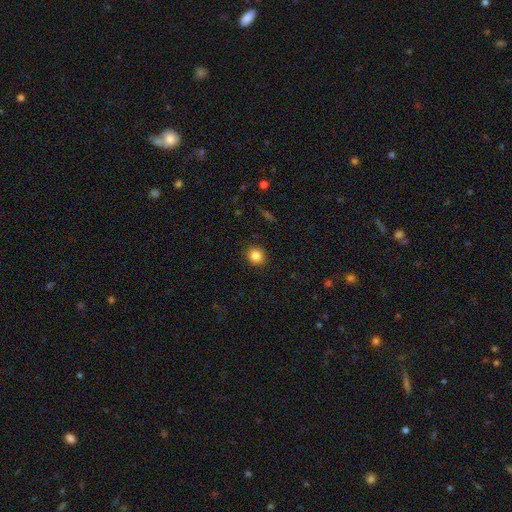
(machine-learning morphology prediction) Overall: smooth (85%). How rounded: round (85%). Merging: none (89%).